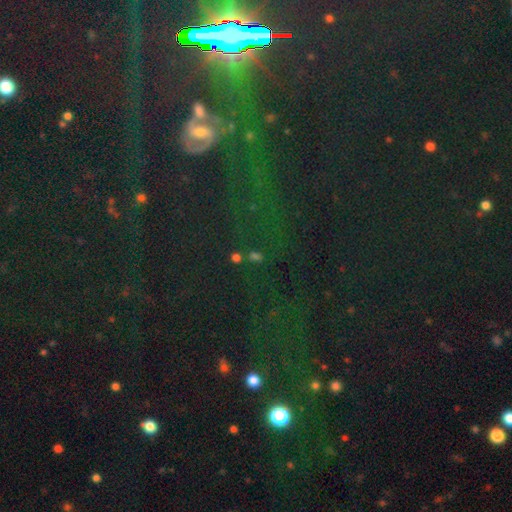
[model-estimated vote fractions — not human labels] Morphology: type=star or artifact (62%).